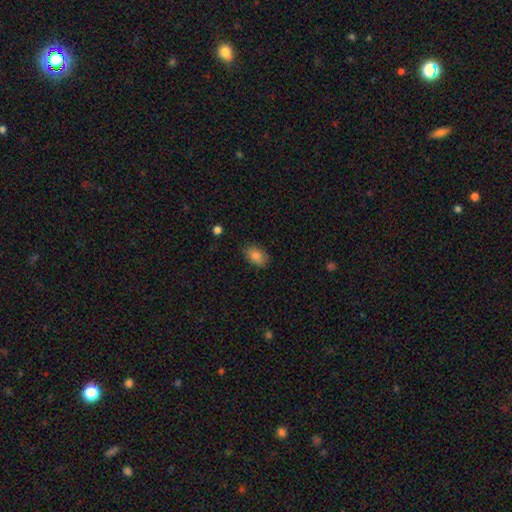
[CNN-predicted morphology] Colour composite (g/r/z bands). It shows a smooth galaxy with no disk features (84%) that is in between round and cigar-shaped (86%). Merging: none (82%).